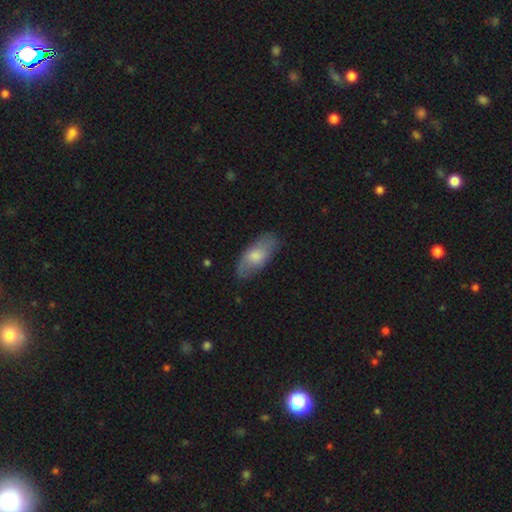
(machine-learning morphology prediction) Smooth or featured: smooth — 70% (featured or disk — 24%)
How rounded: in between — 86% (cigar-shaped — 11%)
Merging: none — 78% (minor disturbance — 17%)